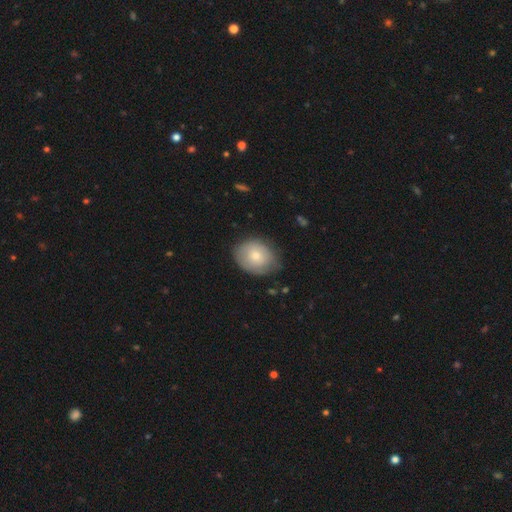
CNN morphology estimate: Smooth or featured? Predicted: smooth (p=0.69). How rounded? Predicted: in between (p=0.52). Merging? Predicted: none (p=0.69).